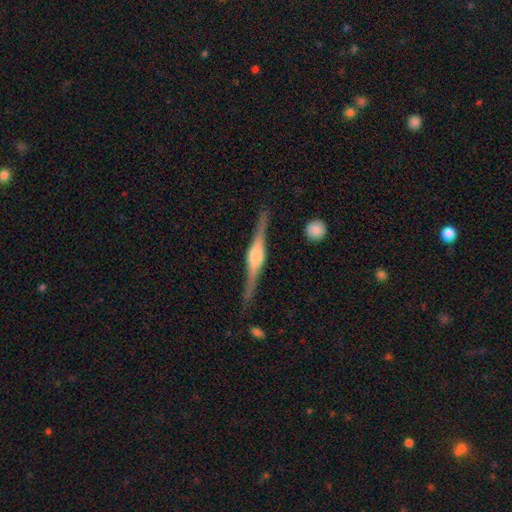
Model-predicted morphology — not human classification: Smooth or featured?
  - featured or disk: 86% *
  - smooth: 9%
  - star or artifact: 5%
Edge-on disk?
  - yes: 98% *
  - no: 2%
Edge-on bulge?
  - rounded: 80% *
  - boxy: 17%
  - none: 3%
Merging?
  - none: 86% *
  - minor disturbance: 10%
  - major disturbance: 2%
  - merger: 2%